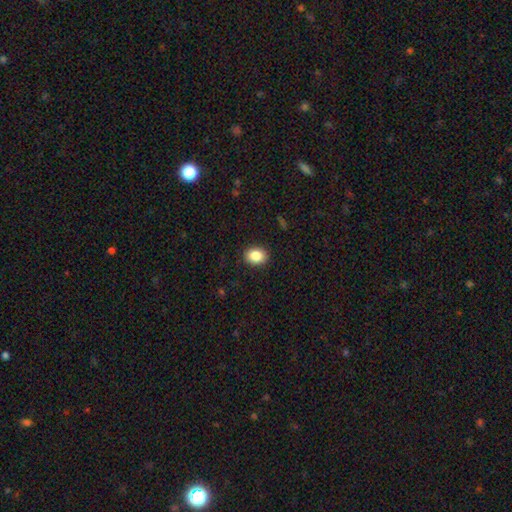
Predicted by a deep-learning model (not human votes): Smooth or featured? smooth (86%)
How rounded? in between (63%)
Merging? none (90%)